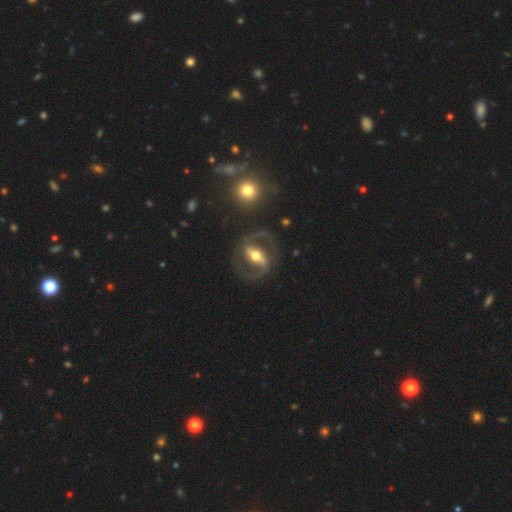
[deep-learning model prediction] A featured or disk galaxy (86%) with a strong bar (70%), 2 (91%) medium (54%) spiral arms (86%) and a moderate central bulge (68%).

Vote fractions:
- Smooth or featured? featured or disk: 86% / smooth: 9% / star or artifact: 5%
- Edge-on disk? no: 93% / yes: 7%
- Bar? strong: 70% / weak: 19% / no: 10%
- Spiral arms? yes: 86% / no: 14%
- Spiral winding? medium: 54% / loose: 24% / tight: 22%
- Spiral arm count? 2: 91% / can't tell: 3% / 1: 3% / 3: 1% / 4: 1% / more than 4: 1%
- Bulge size? moderate: 68% / large: 16% / small: 12% / dominant: 2% / none: 1%
- Merging? none: 77% / minor disturbance: 11% / major disturbance: 10% / merger: 2%